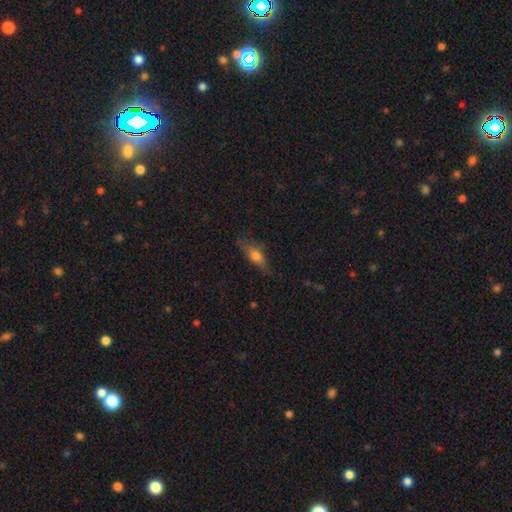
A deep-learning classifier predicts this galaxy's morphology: A smooth galaxy with no disk features (57%) that is in between round and cigar-shaped (53%). Merging: none (68%).